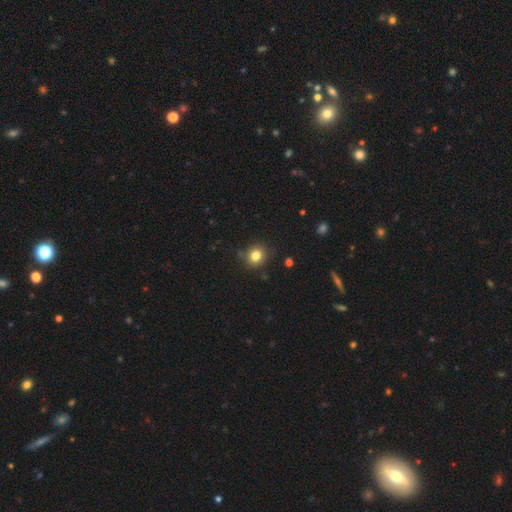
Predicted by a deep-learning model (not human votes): A smooth galaxy with no disk features (82%) that is round (80%).

Vote fractions:
- Smooth or featured? smooth: 82% / star or artifact: 12% / featured or disk: 6%
- How rounded? round: 80% / in between: 19% / cigar-shaped: 1%
- Merging? none: 83% / minor disturbance: 12% / major disturbance: 3% / merger: 2%